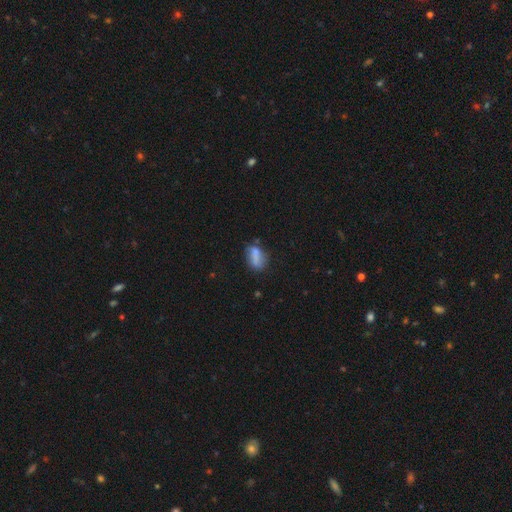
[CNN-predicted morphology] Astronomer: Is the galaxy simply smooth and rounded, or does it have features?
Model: smooth — 71%.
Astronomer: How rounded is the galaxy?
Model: in between — 80%.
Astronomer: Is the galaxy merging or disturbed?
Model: none — 50% (runner-up: minor disturbance, 28%).